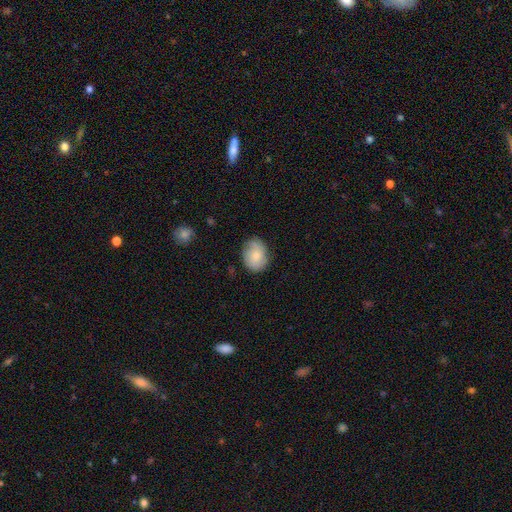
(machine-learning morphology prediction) A smooth galaxy with no disk features (73%) that is in between round and cigar-shaped (56%). Merging: none (75%).